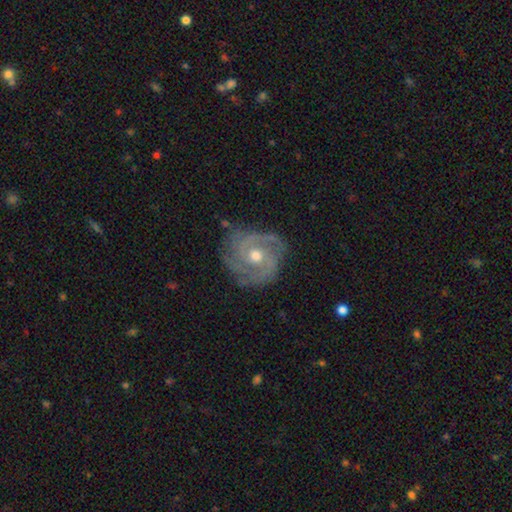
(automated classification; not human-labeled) A featured or disk galaxy (90%) with no bar (72%), 3 (42%) tight (65%) spiral arms (97%) and a moderate central bulge (74%).

Vote fractions:
- Smooth or featured? featured or disk: 90% / smooth: 6% / star or artifact: 5%
- Edge-on disk? no: 98% / yes: 2%
- Bar? no: 72% / weak: 23% / strong: 5%
- Spiral arms? yes: 97% / no: 3%
- Spiral winding? tight: 65% / medium: 30% / loose: 5%
- Spiral arm count? 3: 42% / 2: 25% / can't tell: 14% / 4: 9% / 1: 5% / more than 4: 5%
- Bulge size? moderate: 74% / small: 21% / large: 3% / none: 1% / dominant: 1%
- Merging? none: 77% / minor disturbance: 17% / major disturbance: 5% / merger: 1%